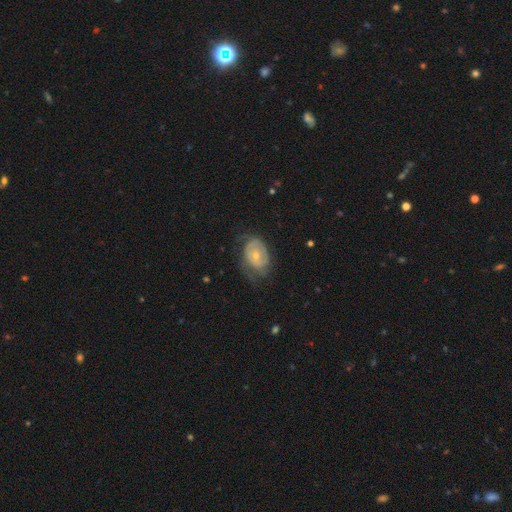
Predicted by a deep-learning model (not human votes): Smooth or featured? featured or disk (62%)
Edge-on disk? no (96%)
Bar? no (79%)
Spiral arms? yes (69%)
Bulge size? small (52%)
Merging? none (48%)